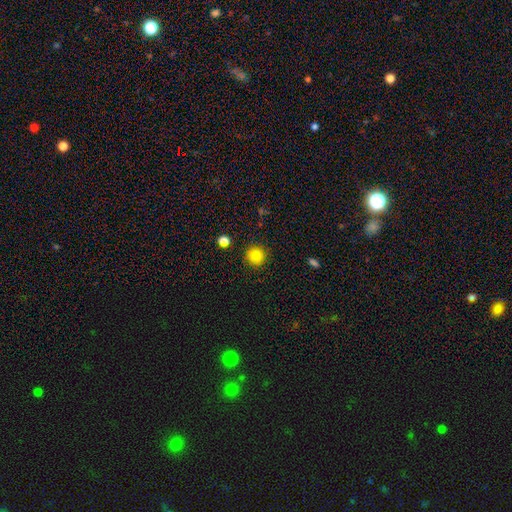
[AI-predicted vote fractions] Smooth or featured: smooth — 82% (star or artifact — 12%)
How rounded: round — 94% (in between — 5%)
Merging: none — 91% (minor disturbance — 6%)